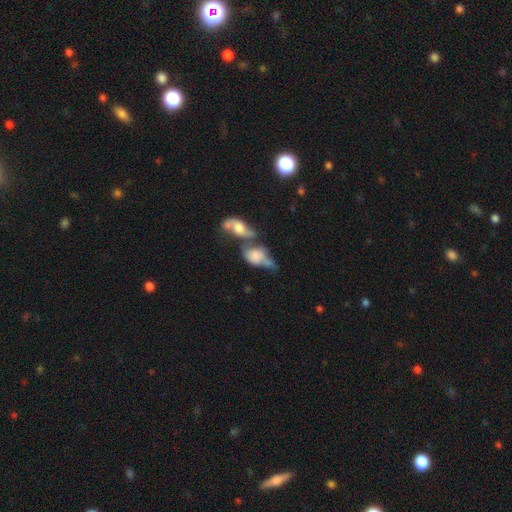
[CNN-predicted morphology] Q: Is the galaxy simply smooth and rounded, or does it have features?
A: smooth — 47%.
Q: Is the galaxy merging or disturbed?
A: merger — 59%.